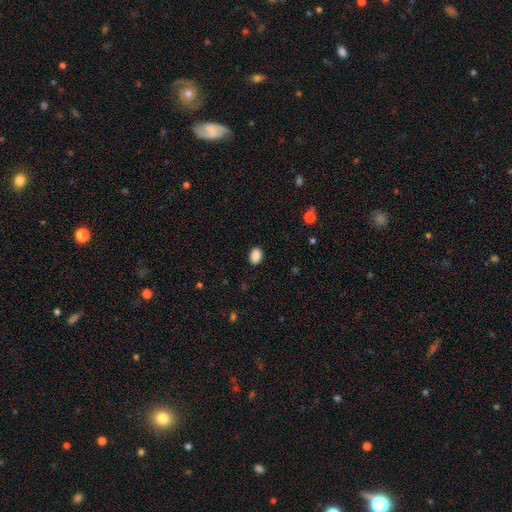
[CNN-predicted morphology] The model was most divided on "how rounded": in between: 74%, round: 25%, cigar-shaped: 1%. More confident: merging — none (89%); smooth or featured — smooth (89%).